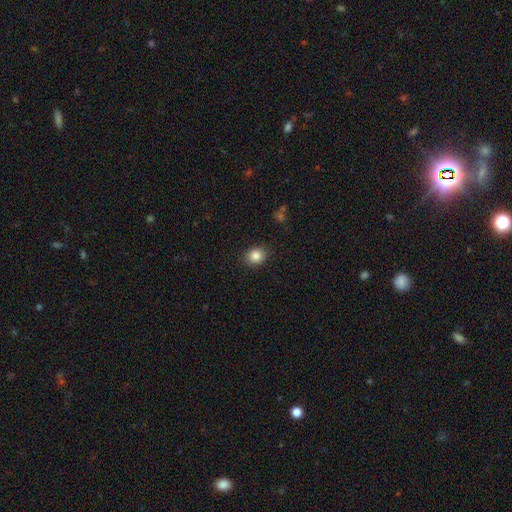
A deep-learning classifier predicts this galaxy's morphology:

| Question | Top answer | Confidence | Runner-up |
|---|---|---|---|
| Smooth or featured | smooth | 85% | star or artifact (10%) |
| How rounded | round | 64% | in between (35%) |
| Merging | none | 88% | minor disturbance (8%) |